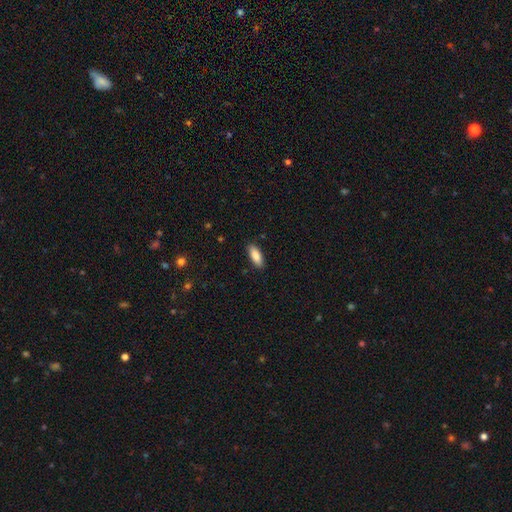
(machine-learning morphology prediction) This is clearly a smooth galaxy (87%). How rounded: likely in between (76%). Merging: clearly none (88%).